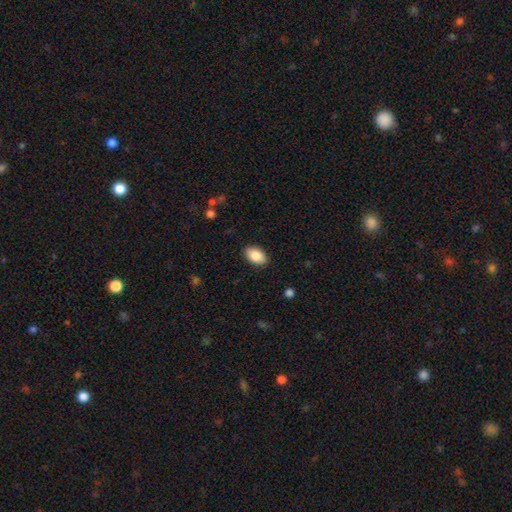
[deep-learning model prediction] Smooth or featured?
  - smooth: 87% *
  - star or artifact: 7%
  - featured or disk: 7%
How rounded?
  - in between: 92% *
  - round: 7%
  - cigar-shaped: 1%
Merging?
  - none: 87% *
  - minor disturbance: 10%
  - major disturbance: 2%
  - merger: 1%